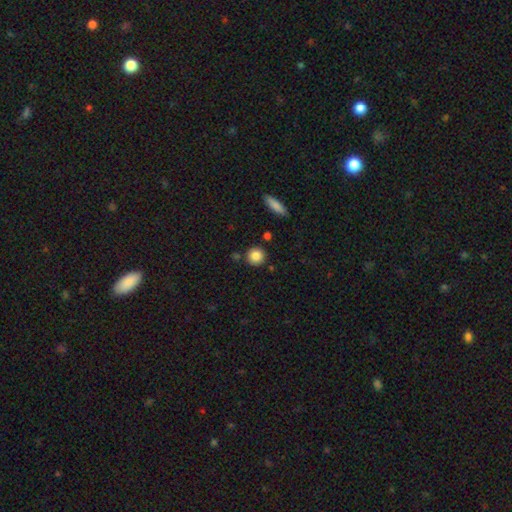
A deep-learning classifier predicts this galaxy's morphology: Q: Smooth or featured?
A: smooth (85%); runner-up: star or artifact (9%)
Q: How rounded?
A: round (92%); runner-up: in between (7%)
Q: Merging?
A: none (86%); runner-up: minor disturbance (7%)